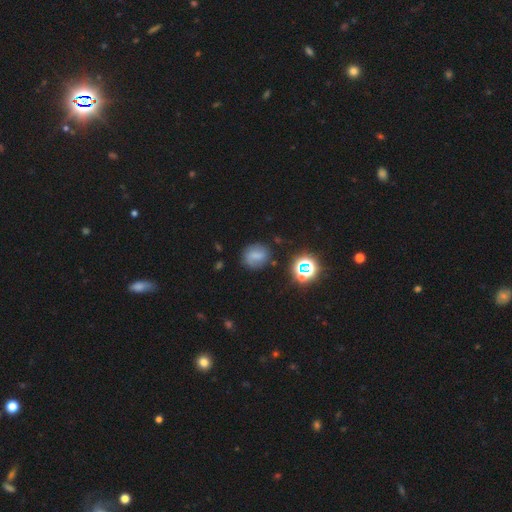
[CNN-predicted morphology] smooth-or-featured: smooth: 64% | star or artifact: 18% | featured or disk: 17%
  how-rounded: round: 59% | in between: 39% | cigar-shaped: 2%
  merging: none: 74% | minor disturbance: 17% | major disturbance: 6% | merger: 3%